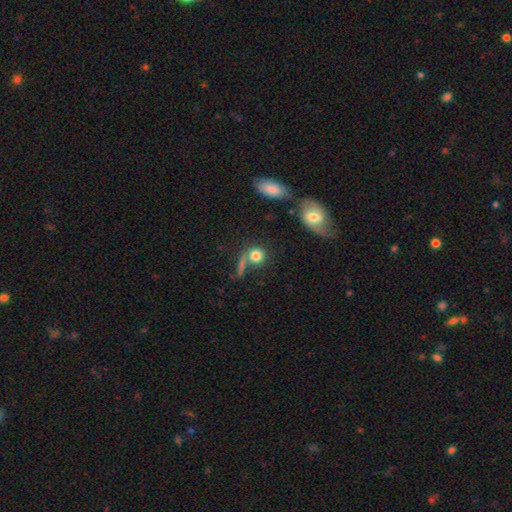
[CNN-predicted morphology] smooth_or_featured: smooth (p=0.78) [alt: star or artifact p=0.11]
how_rounded: round (p=0.82) [alt: in between p=0.15]
merging: none (p=0.56) [alt: merger p=0.24]